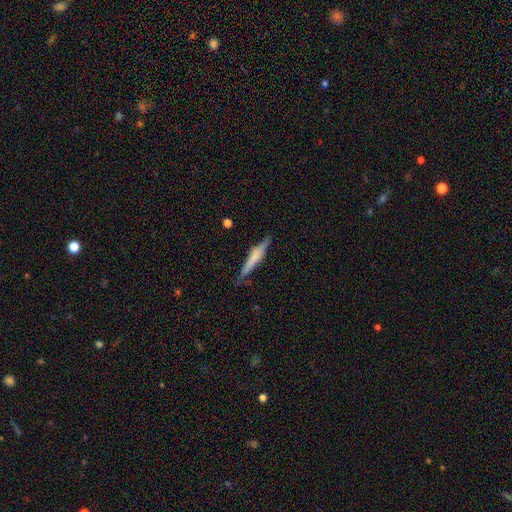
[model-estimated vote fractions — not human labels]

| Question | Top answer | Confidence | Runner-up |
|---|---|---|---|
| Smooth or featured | smooth | 52% | featured or disk (42%) |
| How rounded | cigar-shaped | 93% | in between (6%) |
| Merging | none | 83% | minor disturbance (13%) |